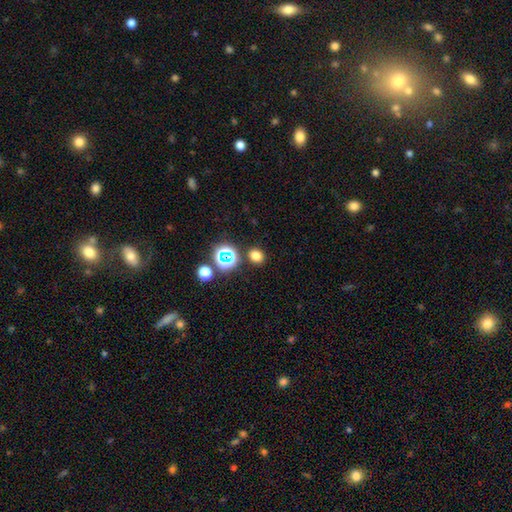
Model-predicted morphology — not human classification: type=smooth (75%); roundness=round (68%); merging=none (85%).